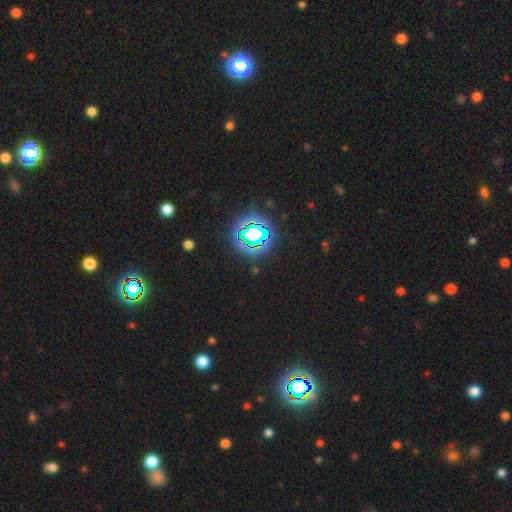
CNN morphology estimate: The model was most divided on "smooth or featured": star or artifact: 82%, smooth: 12%, featured or disk: 6%.